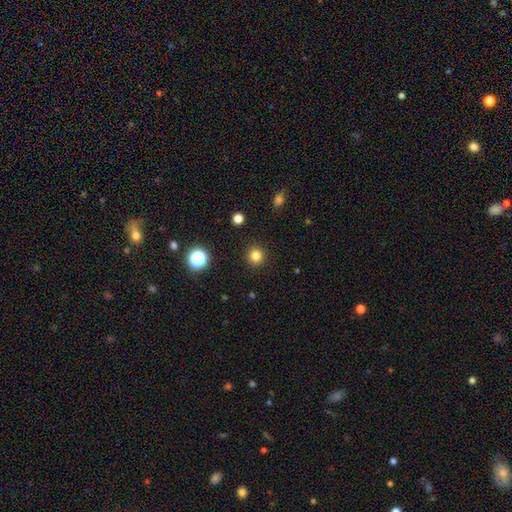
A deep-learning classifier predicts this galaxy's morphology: The model was most divided on "smooth or featured": smooth: 81%, star or artifact: 14%, featured or disk: 5%. More confident: how rounded — round (94%); merging — none (92%).